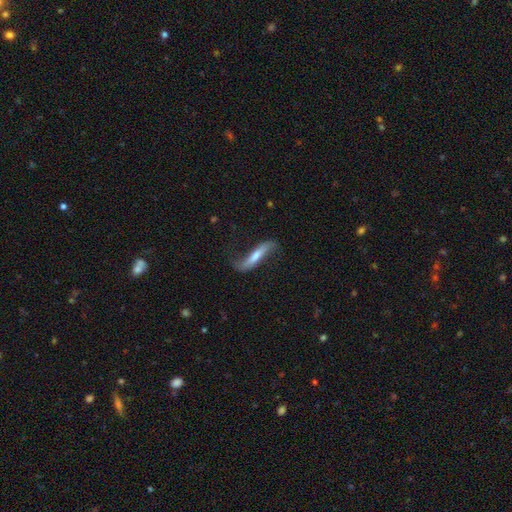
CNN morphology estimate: This appears to be a featured or disk galaxy (68%). Merging: none (61%).